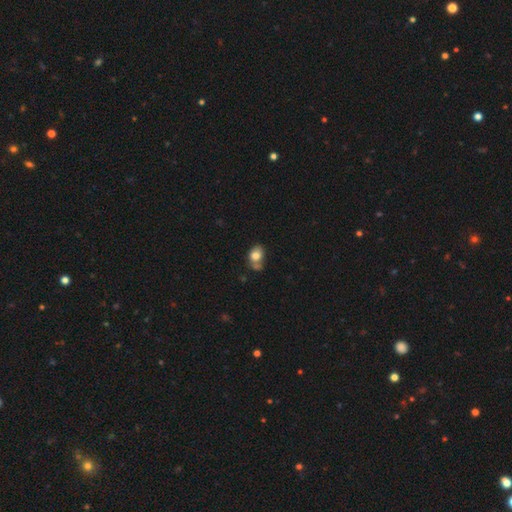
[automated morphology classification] type=smooth (78%); roundness=in between (64%); merging=none (43%).